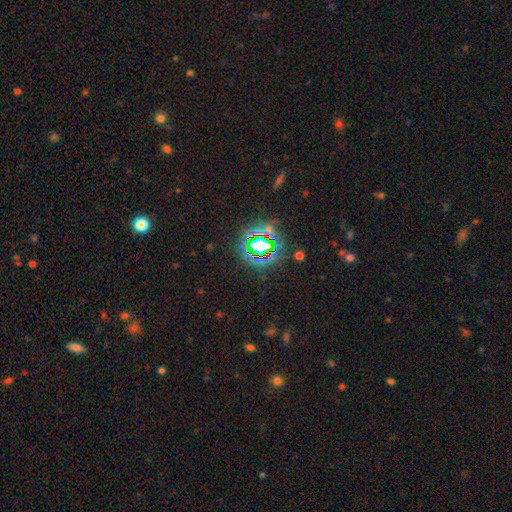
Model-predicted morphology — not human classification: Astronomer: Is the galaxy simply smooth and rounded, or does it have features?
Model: star or artifact — 75%.